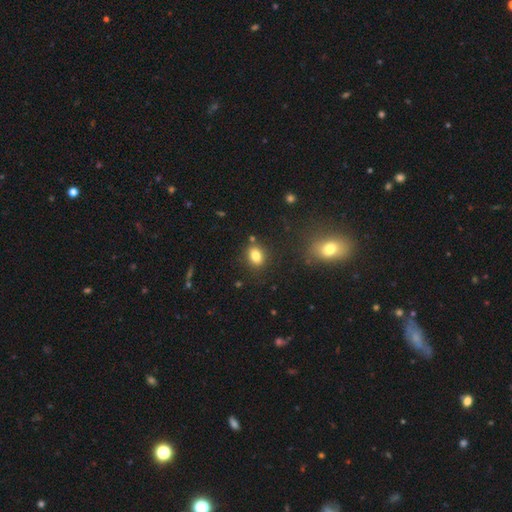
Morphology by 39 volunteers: This is clearly a smooth galaxy (82%). How rounded: likely in between (75%). Merging: clearly none (89%).